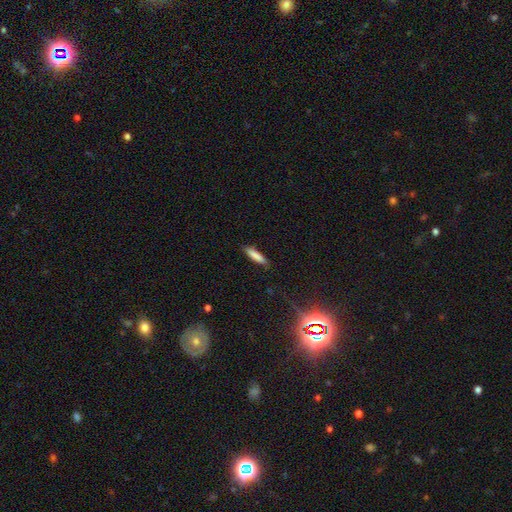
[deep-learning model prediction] smooth_or_featured: smooth (p=0.82) [alt: featured or disk p=0.10]
how_rounded: cigar-shaped (p=0.79) [alt: in between p=0.20]
merging: none (p=0.86) [alt: minor disturbance p=0.11]